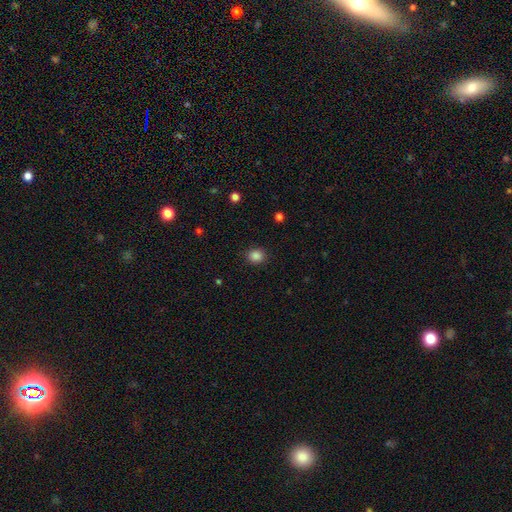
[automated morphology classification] Q: Smooth or featured?
A: smooth (86%); runner-up: star or artifact (11%)
Q: How rounded?
A: round (74%); runner-up: in between (25%)
Q: Merging?
A: none (90%); runner-up: minor disturbance (7%)